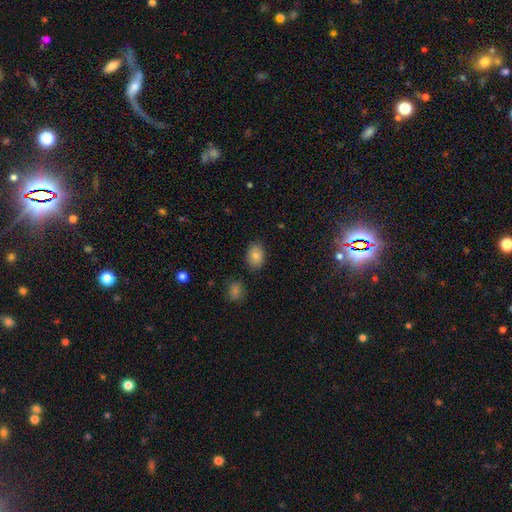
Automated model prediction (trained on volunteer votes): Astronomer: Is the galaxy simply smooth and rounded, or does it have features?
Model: smooth — 84%.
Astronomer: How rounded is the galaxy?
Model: in between — 74%.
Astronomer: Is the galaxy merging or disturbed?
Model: none — 83%.